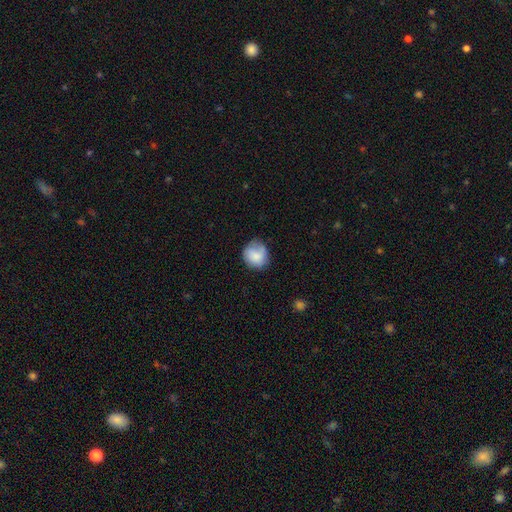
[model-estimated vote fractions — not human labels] Smooth or featured: smooth — 82% (featured or disk — 11%)
How rounded: round — 81% (in between — 18%)
Merging: none — 69% (minor disturbance — 24%)